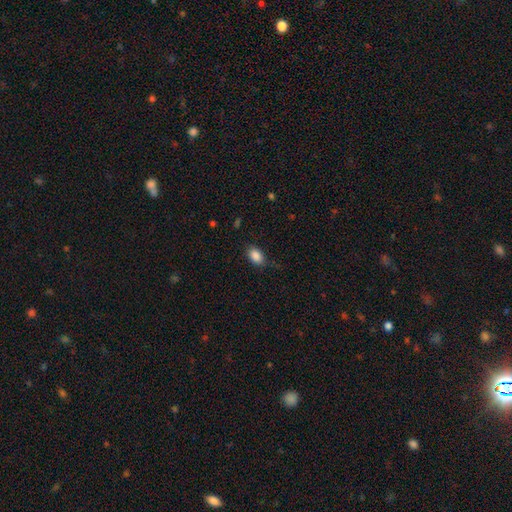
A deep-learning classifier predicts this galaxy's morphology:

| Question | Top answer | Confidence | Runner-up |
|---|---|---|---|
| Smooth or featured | smooth | 88% | star or artifact (8%) |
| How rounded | in between | 84% | round (14%) |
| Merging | none | 76% | minor disturbance (19%) |